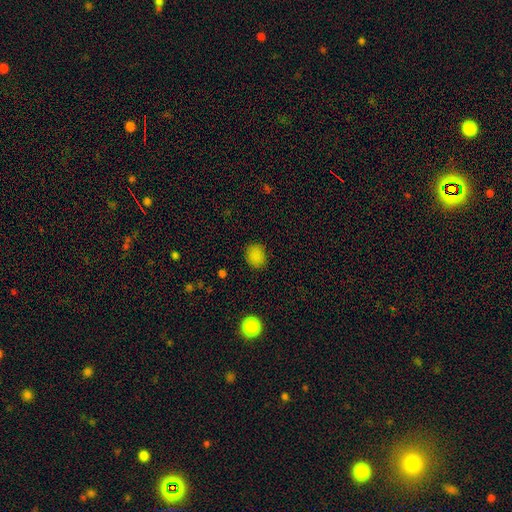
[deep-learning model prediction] This appears to be a smooth galaxy with no disk features (83%) that is round (63%). Merging: none (85%).